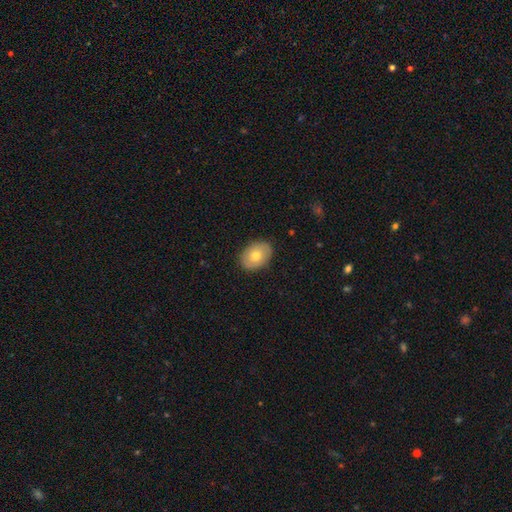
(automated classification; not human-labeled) smooth-or-featured: smooth: 70% | featured or disk: 23% | star or artifact: 7%
  how-rounded: in between: 74% | round: 25% | cigar-shaped: 1%
  merging: none: 87% | minor disturbance: 10% | major disturbance: 2% | merger: 1%